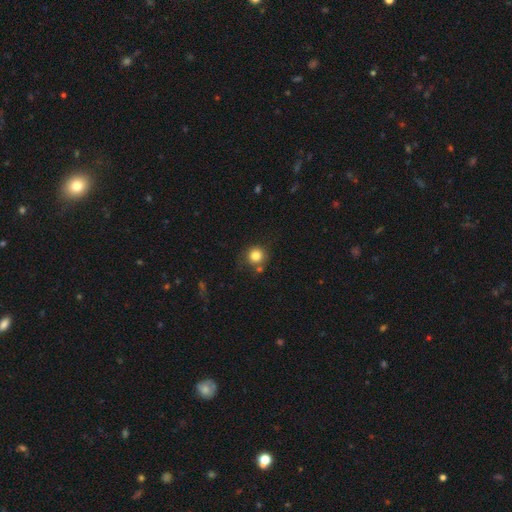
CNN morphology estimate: smooth_or_featured: smooth (p=0.82) [alt: star or artifact p=0.11]
how_rounded: round (p=0.91) [alt: in between p=0.08]
merging: none (p=0.72) [alt: minor disturbance p=0.14]